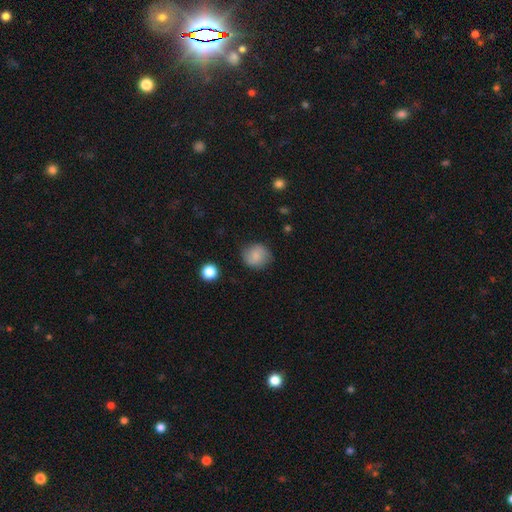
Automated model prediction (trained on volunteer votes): Smooth or featured?
  - smooth: 78% *
  - featured or disk: 13%
  - star or artifact: 9%
How rounded?
  - round: 83% *
  - in between: 16%
  - cigar-shaped: 1%
Merging?
  - none: 79% *
  - minor disturbance: 15%
  - major disturbance: 4%
  - merger: 1%